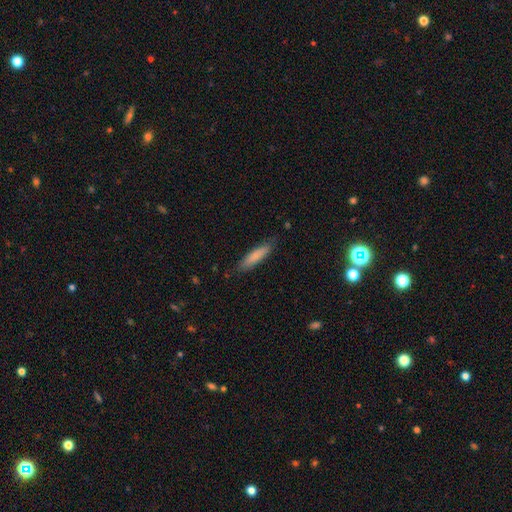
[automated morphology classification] Smooth or featured? smooth (83%)
How rounded? cigar-shaped (79%)
Merging? none (82%)